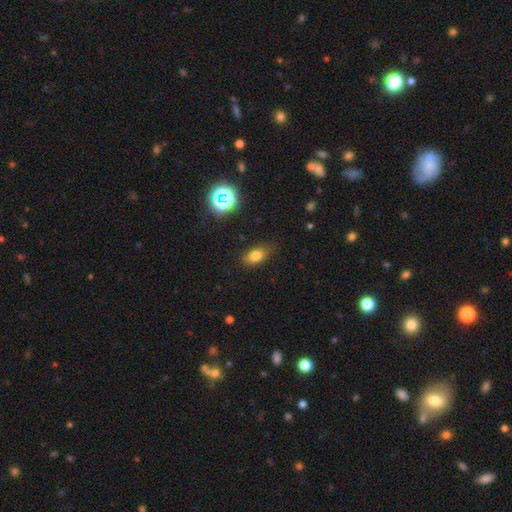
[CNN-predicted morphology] type=smooth (77%); roundness=in between (82%); merging=none (79%).